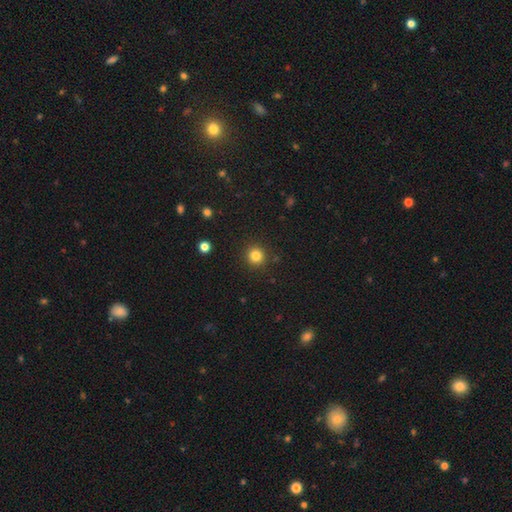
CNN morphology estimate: The model was most divided on "smooth or featured": smooth: 83%, star or artifact: 12%, featured or disk: 5%. More confident: how rounded — round (93%); merging — none (91%).